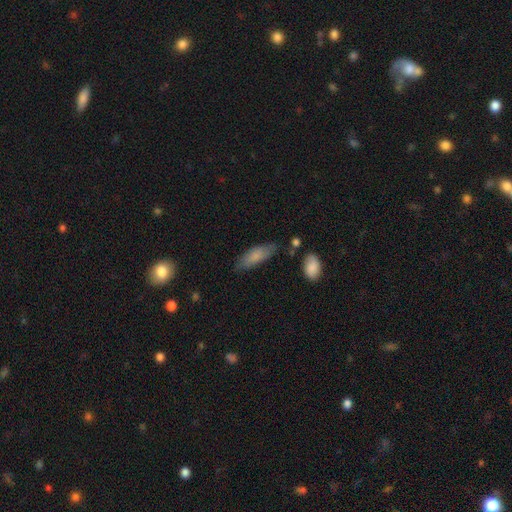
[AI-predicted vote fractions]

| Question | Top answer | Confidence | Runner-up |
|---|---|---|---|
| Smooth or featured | smooth | 79% | featured or disk (15%) |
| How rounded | in between | 63% | cigar-shaped (35%) |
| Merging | none | 71% | minor disturbance (21%) |